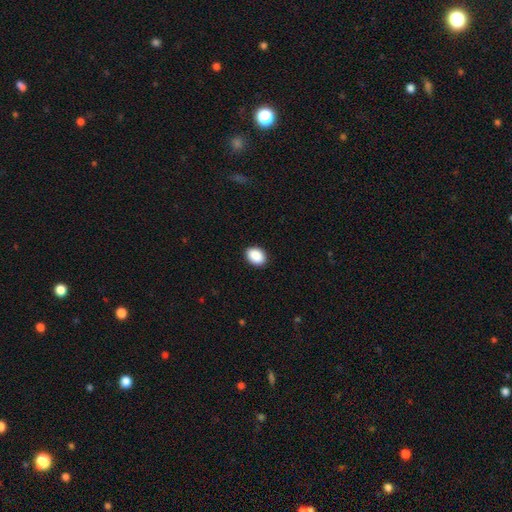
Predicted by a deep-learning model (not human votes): Q: Smooth or featured?
A: smooth (91%); runner-up: star or artifact (7%)
Q: How rounded?
A: in between (74%); runner-up: round (25%)
Q: Merging?
A: none (90%); runner-up: minor disturbance (7%)